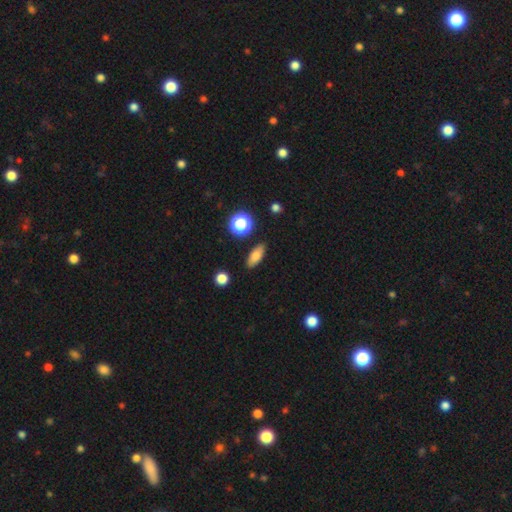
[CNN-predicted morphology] This is likely a smooth galaxy (76%). How rounded: likely in between (72%). Merging: clearly none (87%).